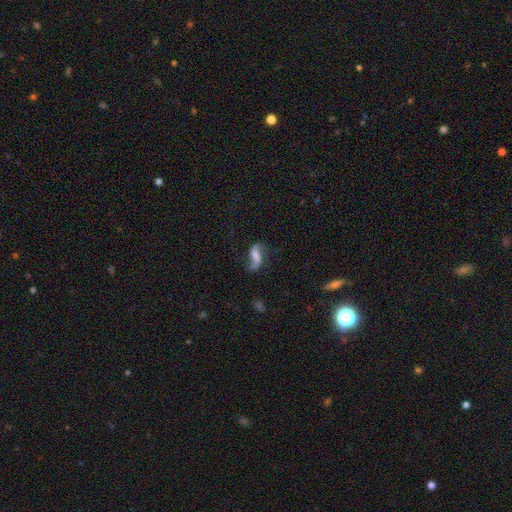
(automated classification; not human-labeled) smooth_or_featured: featured or disk (p=0.75) [alt: smooth p=0.17]
disk_edge_on: no (p=0.95) [alt: yes p=0.05]
bar: weak (p=0.40) [alt: no p=0.34]
has_spiral_arms: yes (p=0.94) [alt: no p=0.06]
spiral_winding: loose (p=0.83) [alt: medium p=0.13]
spiral_arm_count: 2 (p=0.90) [alt: 1 p=0.04]
bulge_size: none (p=0.39) [alt: small p=0.26]
merging: none (p=0.68) [alt: minor disturbance p=0.17]